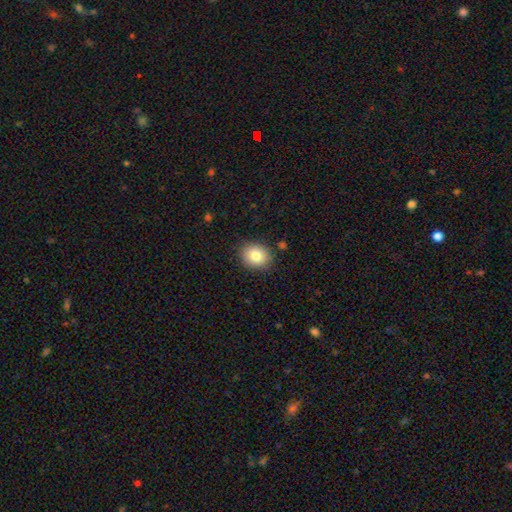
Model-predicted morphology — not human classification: A smooth galaxy with no disk features (83%) that is round (52%).

Vote fractions:
- Smooth or featured? smooth: 83% / featured or disk: 9% / star or artifact: 9%
- How rounded? round: 52% / in between: 47% / cigar-shaped: 1%
- Merging? none: 86% / minor disturbance: 10% / major disturbance: 2% / merger: 1%